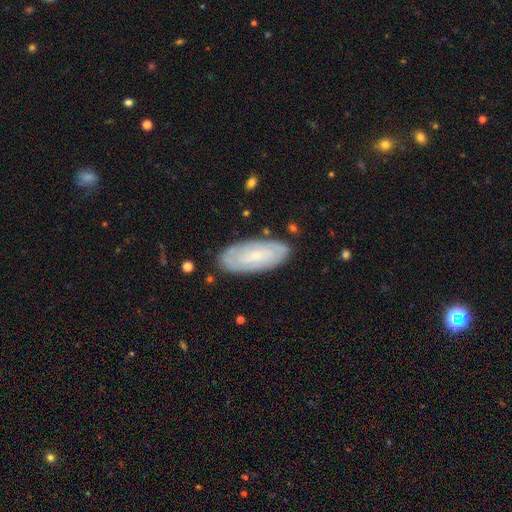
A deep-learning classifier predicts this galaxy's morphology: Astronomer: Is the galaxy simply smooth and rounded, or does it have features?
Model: featured or disk — 53% (runner-up: smooth, 40%).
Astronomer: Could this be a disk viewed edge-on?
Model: no — 89%.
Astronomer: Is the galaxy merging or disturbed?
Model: none — 83%.